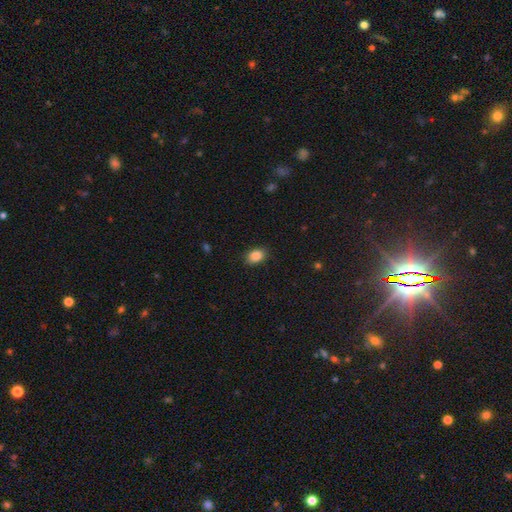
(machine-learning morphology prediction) smooth 88%, star or artifact 9%, featured or disk 4%. Down the decision tree: how rounded — in between (76%); merging — none (87%).